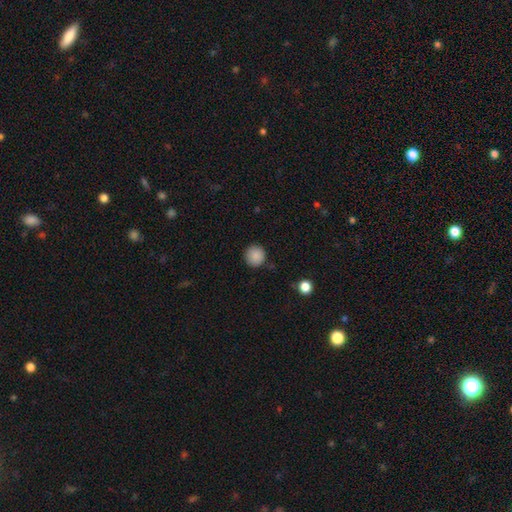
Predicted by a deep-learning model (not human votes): Smooth or featured: smooth — 88% (star or artifact — 9%)
How rounded: round — 95% (in between — 4%)
Merging: none — 88% (minor disturbance — 8%)